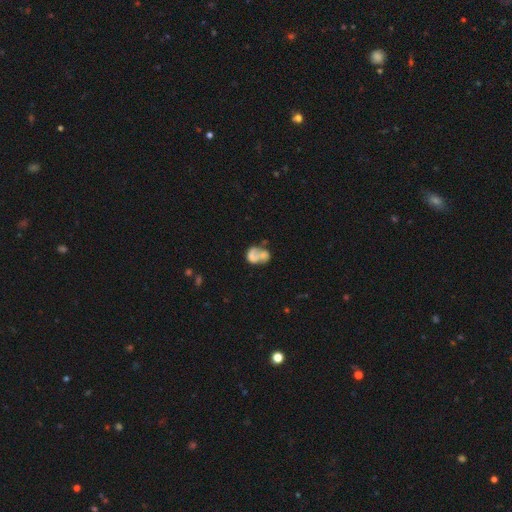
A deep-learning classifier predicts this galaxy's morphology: Smooth or featured?
  - featured or disk: 47% *
  - smooth: 42%
  - star or artifact: 10%
Merging?
  - merger: 42% *
  - none: 23%
  - major disturbance: 22%
  - minor disturbance: 14%